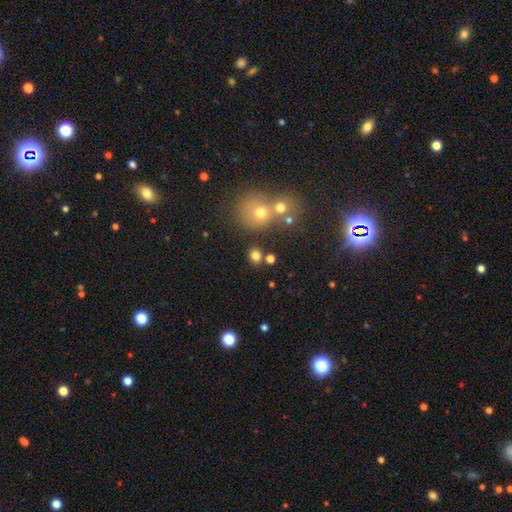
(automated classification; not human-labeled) Smooth or featured: smooth — 76% (star or artifact — 16%)
How rounded: round — 72% (in between — 27%)
Merging: none — 70% (merger — 18%)